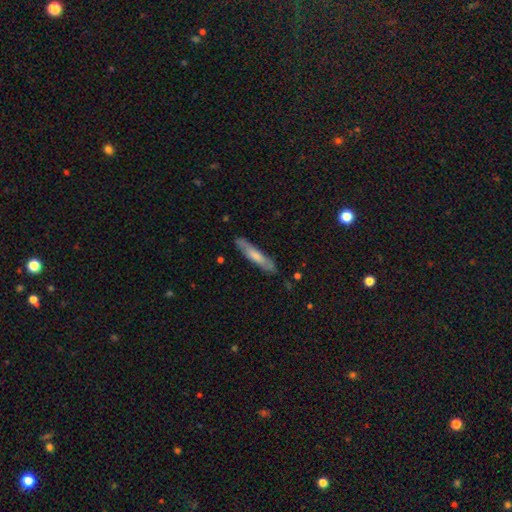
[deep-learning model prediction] This is possibly a smooth galaxy (59%). How rounded: clearly cigar-shaped (87%). Merging: clearly none (82%).